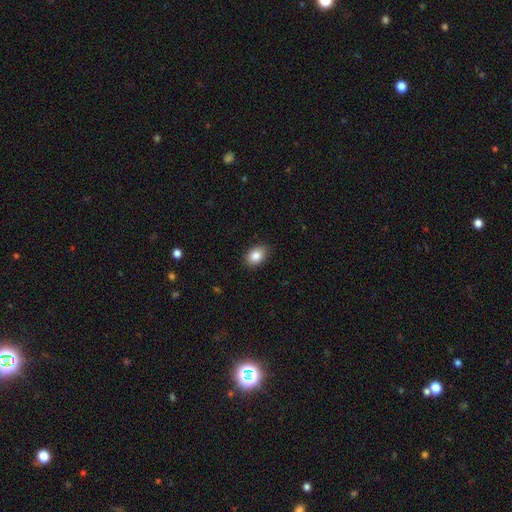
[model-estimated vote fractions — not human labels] A smooth galaxy with no disk features (86%) that is in between round and cigar-shaped (74%). Merging: none (86%).